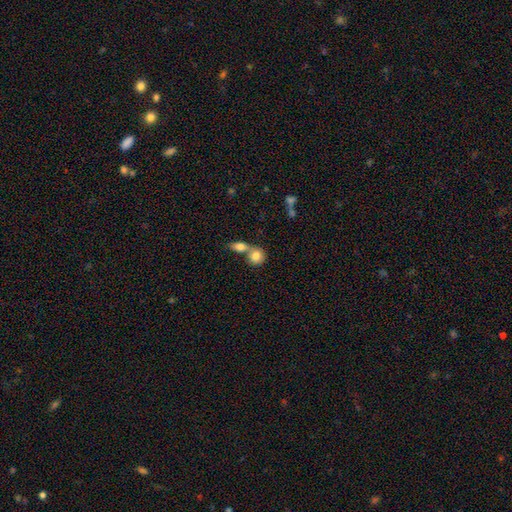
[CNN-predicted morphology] type=smooth (80%); roundness=round (68%); merging=merger (58%).